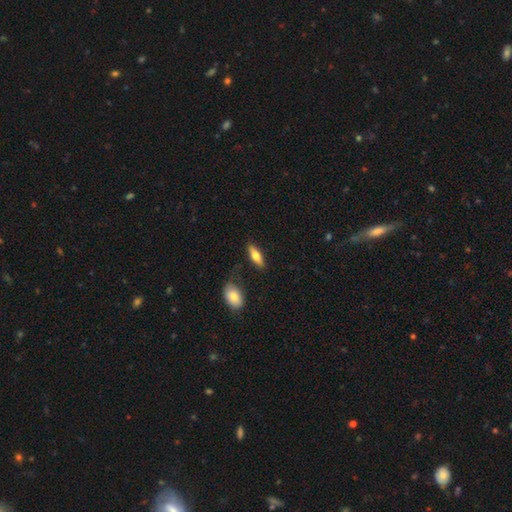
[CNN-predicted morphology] Overall: smooth (66%; featured or disk 27%). How rounded: in between (60%; cigar-shaped 37%). Merging: none (80%).